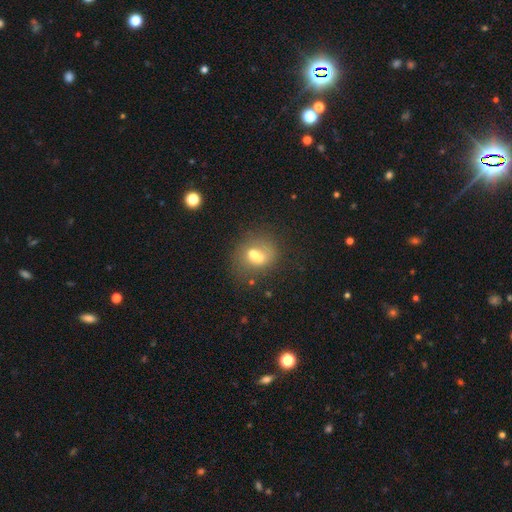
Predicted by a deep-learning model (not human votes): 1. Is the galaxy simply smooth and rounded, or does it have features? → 59% smooth, 29% featured or disk, 12% star or artifact.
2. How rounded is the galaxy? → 50% round, 47% in between, 3% cigar-shaped.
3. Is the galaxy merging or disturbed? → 42% none, 37% merger, 13% minor disturbance, 8% major disturbance.